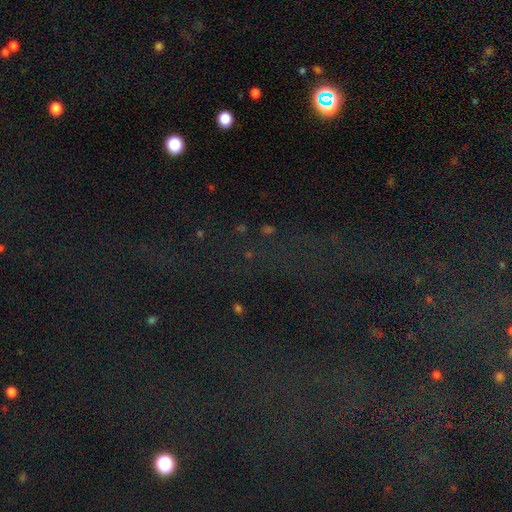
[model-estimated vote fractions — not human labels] Q: Smooth or featured?
A: star or artifact (78%); runner-up: smooth (12%)